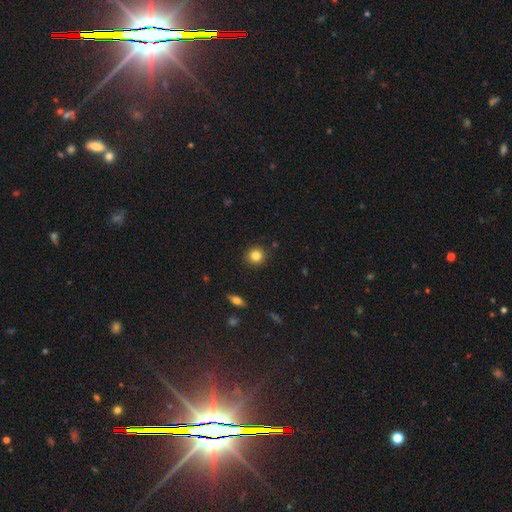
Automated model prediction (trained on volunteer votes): Smooth or featured?
  - smooth: 82% *
  - star or artifact: 11%
  - featured or disk: 7%
How rounded?
  - round: 91% *
  - in between: 8%
  - cigar-shaped: 1%
Merging?
  - none: 90% *
  - minor disturbance: 6%
  - major disturbance: 2%
  - merger: 1%